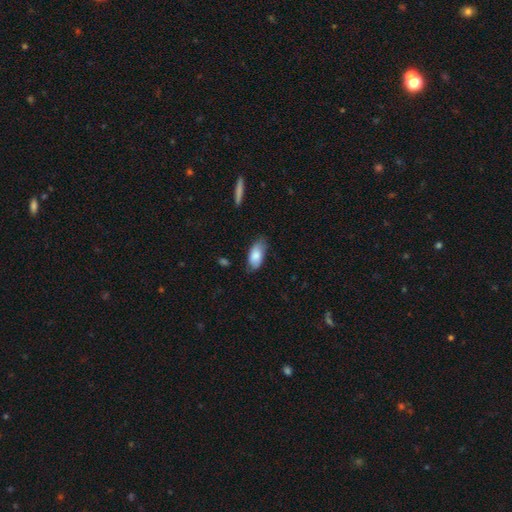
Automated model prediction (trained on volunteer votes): smooth-or-featured: smooth: 83% | featured or disk: 11% | star or artifact: 6%
  how-rounded: in between: 91% | cigar-shaped: 6% | round: 3%
  merging: none: 69% | minor disturbance: 25% | major disturbance: 4% | merger: 1%